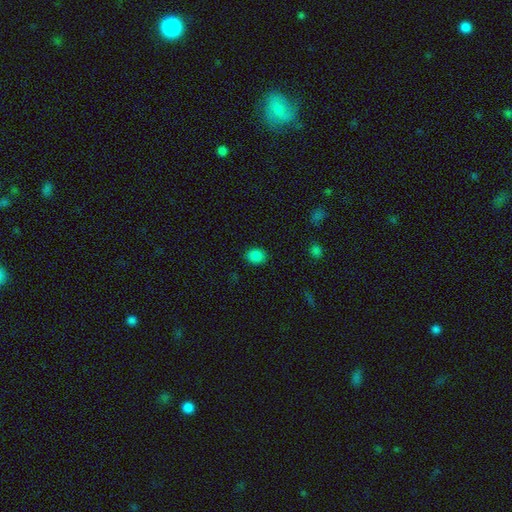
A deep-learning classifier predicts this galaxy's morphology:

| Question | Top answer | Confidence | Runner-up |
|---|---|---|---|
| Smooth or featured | smooth | 84% | star or artifact (12%) |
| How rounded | in between | 50% | round (49%) |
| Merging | none | 87% | minor disturbance (9%) |